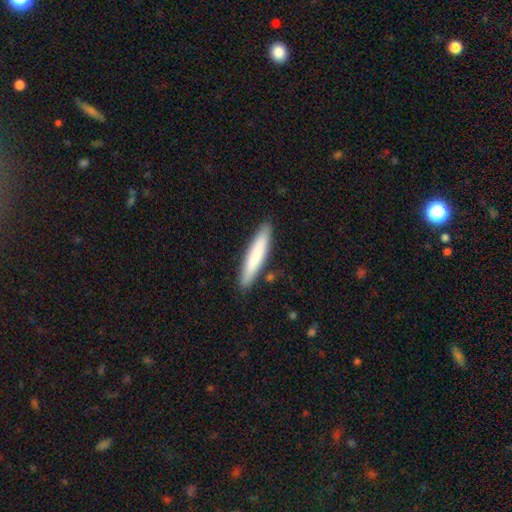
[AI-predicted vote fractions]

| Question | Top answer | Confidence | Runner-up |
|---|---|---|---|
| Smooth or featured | smooth | 78% | featured or disk (16%) |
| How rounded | cigar-shaped | 90% | in between (9%) |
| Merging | none | 88% | minor disturbance (9%) |